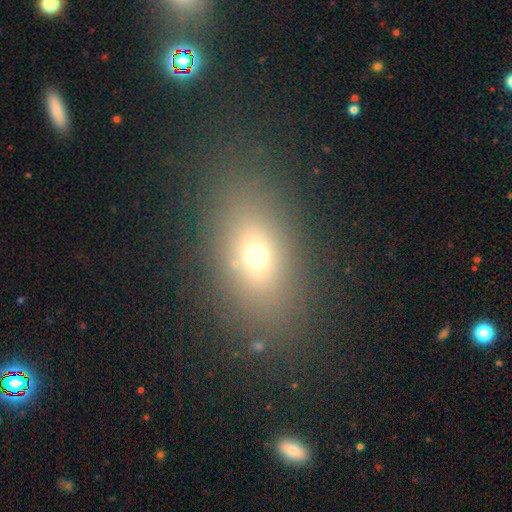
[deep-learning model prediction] Morphology: type=smooth (65%); roundness=in between (76%); merging=none (82%).